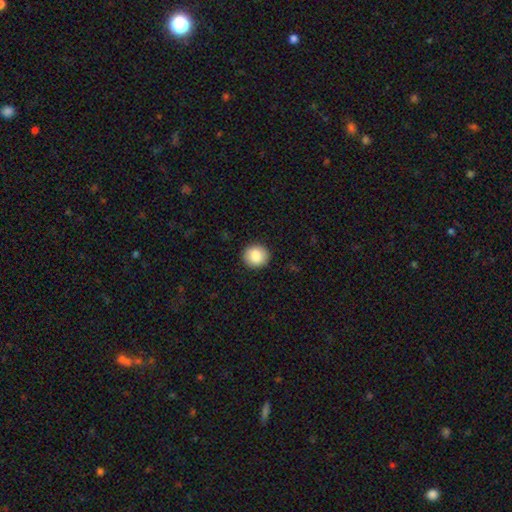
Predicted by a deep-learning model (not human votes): Smooth or featured? Predicted: smooth (p=0.86). How rounded? Predicted: round (p=0.87). Merging? Predicted: none (p=0.91).